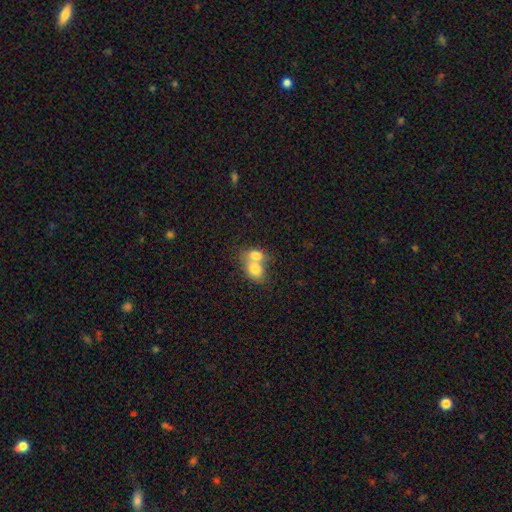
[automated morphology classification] This appears to be a smooth galaxy with no disk features (75%) that is in between round and cigar-shaped (62%). Merging: merger (74%).